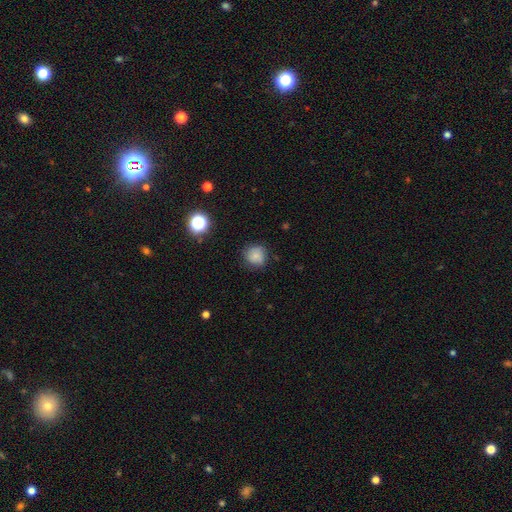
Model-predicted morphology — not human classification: type=smooth (78%); roundness=round (88%); merging=none (77%).